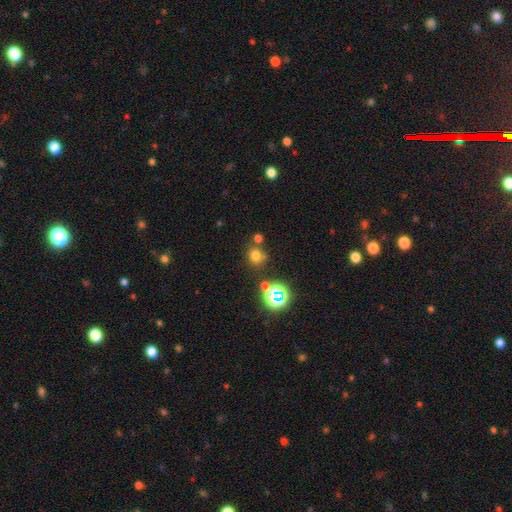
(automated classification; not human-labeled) The model was most divided on "smooth or featured": smooth: 67%, star or artifact: 26%, featured or disk: 8%. More confident: how rounded — round (79%); merging — none (72%).